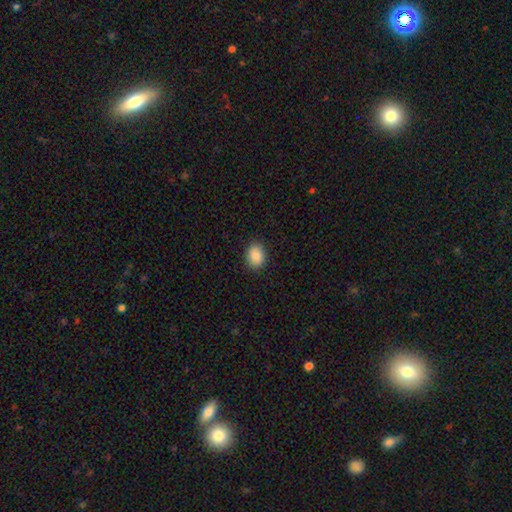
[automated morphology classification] smooth_or_featured: smooth (p=0.88) [alt: star or artifact p=0.08]
how_rounded: in between (p=0.61) [alt: round p=0.38]
merging: none (p=0.88) [alt: minor disturbance p=0.09]